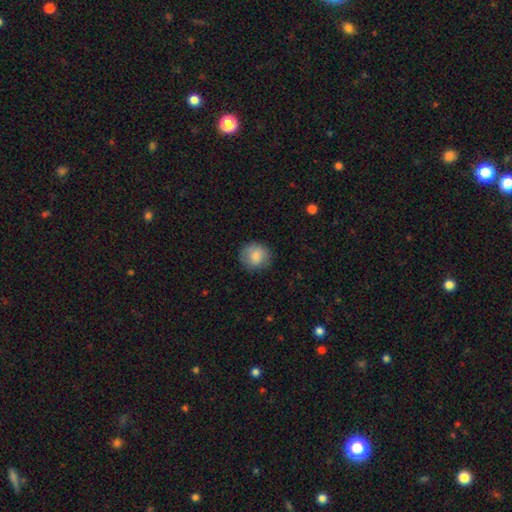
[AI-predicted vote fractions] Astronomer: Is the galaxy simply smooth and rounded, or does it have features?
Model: smooth — 83%.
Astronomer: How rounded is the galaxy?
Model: round — 88%.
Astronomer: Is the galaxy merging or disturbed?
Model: none — 84%.